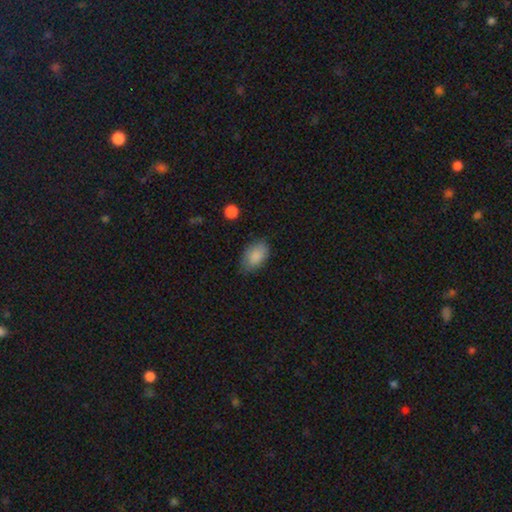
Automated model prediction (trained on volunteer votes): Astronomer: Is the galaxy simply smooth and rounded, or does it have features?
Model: smooth — 87%.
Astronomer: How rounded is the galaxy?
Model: in between — 91%.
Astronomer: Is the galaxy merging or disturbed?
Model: none — 75%.